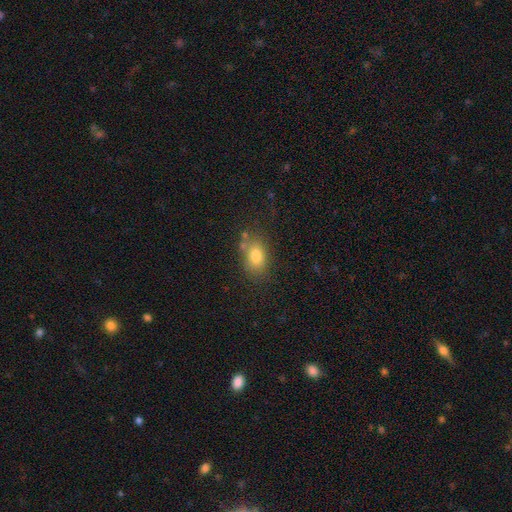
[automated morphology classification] Smooth or featured? Predicted: smooth (p=0.79). How rounded? Predicted: in between (p=0.78). Merging? Predicted: none (p=0.69).